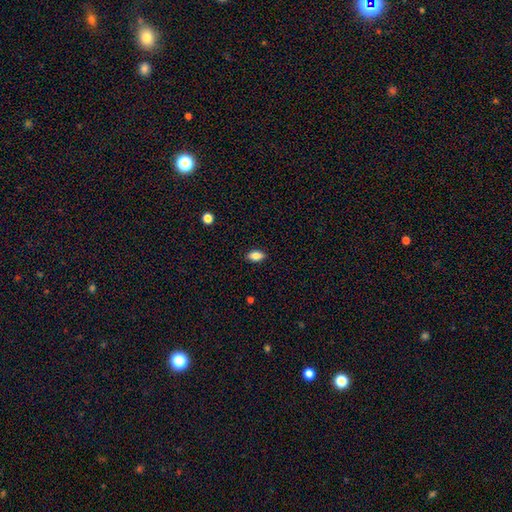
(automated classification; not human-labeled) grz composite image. It shows a smooth galaxy with no disk features (85%) that is in between round and cigar-shaped (90%). Merging: none (89%).